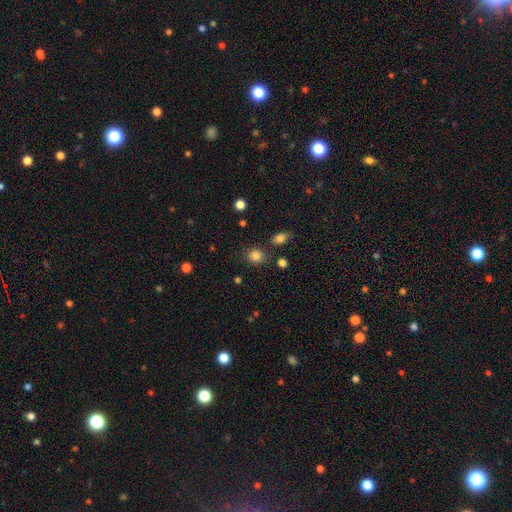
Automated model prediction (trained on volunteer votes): Q: Smooth or featured?
A: smooth (84%); runner-up: star or artifact (12%)
Q: How rounded?
A: round (77%); runner-up: in between (22%)
Q: Merging?
A: none (81%); runner-up: minor disturbance (11%)